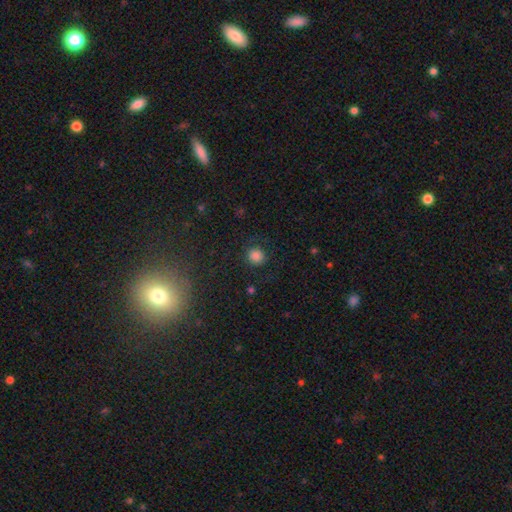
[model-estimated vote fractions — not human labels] A smooth galaxy with no disk features (81%) that is round (90%). Merging: none (82%).